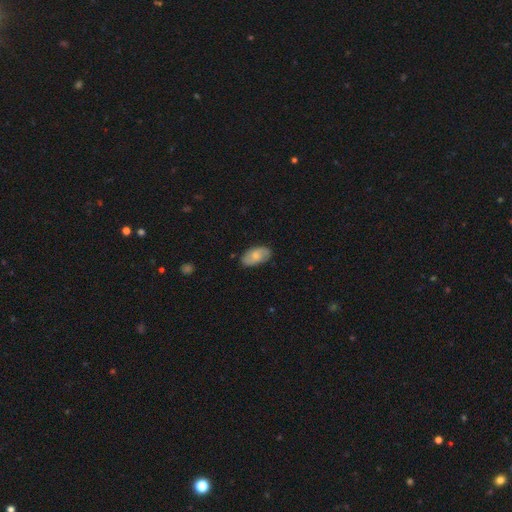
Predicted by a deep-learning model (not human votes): Overall: smooth (65%; featured or disk 28%). How rounded: in between (94%). Merging: none (82%).